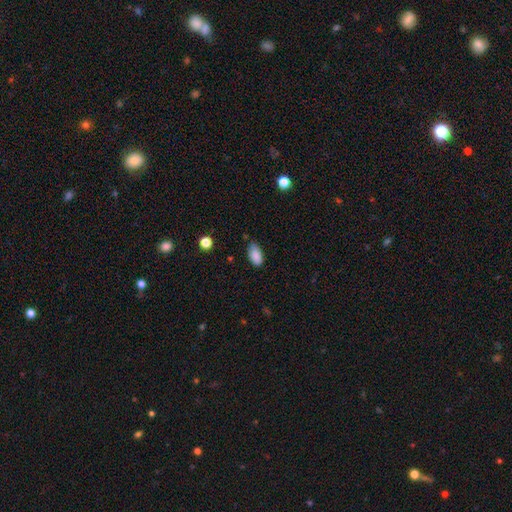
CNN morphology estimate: A smooth galaxy with no disk features (87%) that is in between round and cigar-shaped (93%). Merging: none (68%).